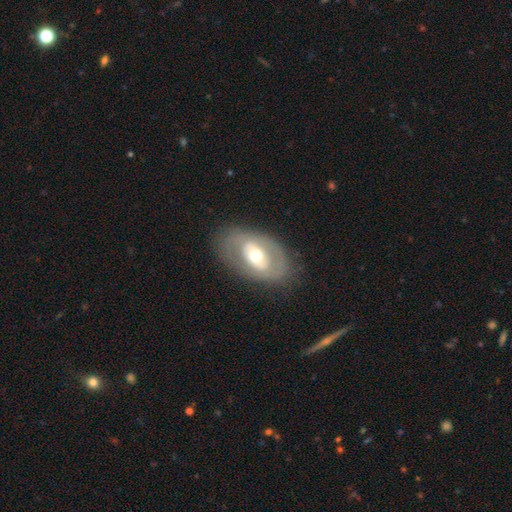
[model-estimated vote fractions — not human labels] Smooth or featured?
  - featured or disk: 57% *
  - smooth: 36%
  - star or artifact: 6%
Edge-on disk?
  - no: 90% *
  - yes: 10%
Bar?
  - no: 65% *
  - weak: 22%
  - strong: 13%
Spiral arms?
  - no: 82% *
  - yes: 18%
Bulge size?
  - moderate: 68% *
  - large: 17%
  - small: 12%
  - dominant: 2%
  - none: 1%
Merging?
  - none: 77% *
  - minor disturbance: 14%
  - major disturbance: 8%
  - merger: 1%